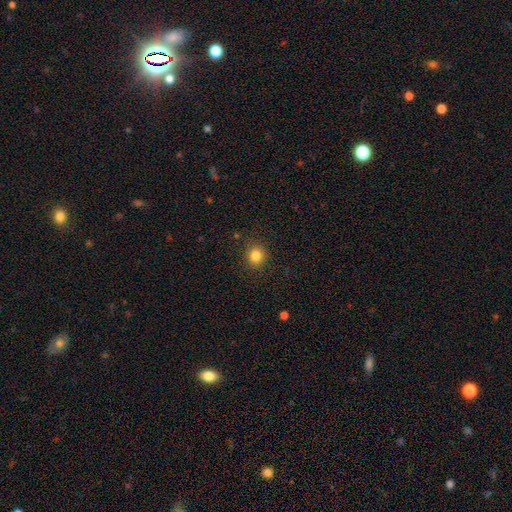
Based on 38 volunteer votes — Smooth or featured? smooth (89%)
How rounded? round (88%)
Merging? none (91%)